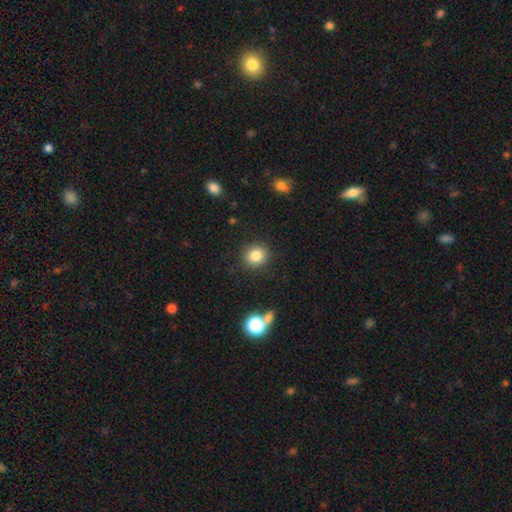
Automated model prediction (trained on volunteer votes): smooth 83%, star or artifact 11%, featured or disk 6%. Down the decision tree: how rounded — round (82%); merging — none (89%).